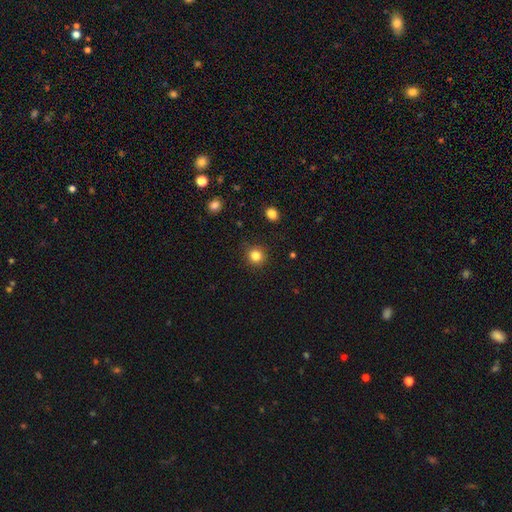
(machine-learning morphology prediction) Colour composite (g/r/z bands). It shows a smooth galaxy with no disk features (83%) that is round (91%). Merging: none (89%).